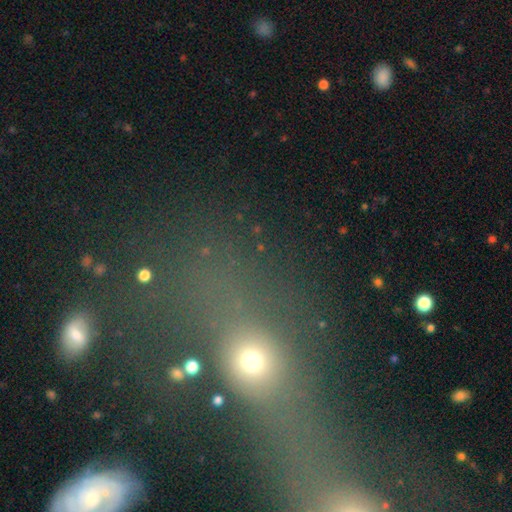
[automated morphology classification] A smooth galaxy with no disk features (43%). Merging: merger (49%).